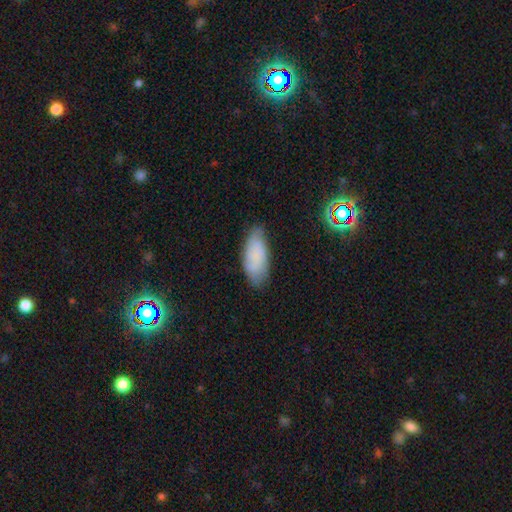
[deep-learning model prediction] smooth 74%, featured or disk 18%, star or artifact 9%. Down the decision tree: how rounded — in between (86%); merging — none (74%).